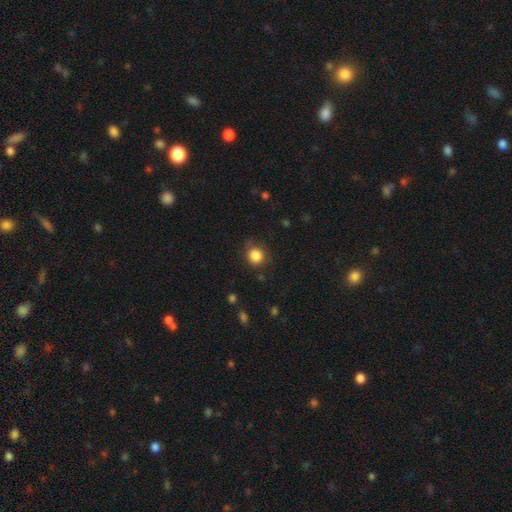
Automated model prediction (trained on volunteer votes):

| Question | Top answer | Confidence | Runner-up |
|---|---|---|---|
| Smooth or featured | smooth | 86% | star or artifact (10%) |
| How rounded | round | 85% | in between (14%) |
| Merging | none | 75% | minor disturbance (17%) |